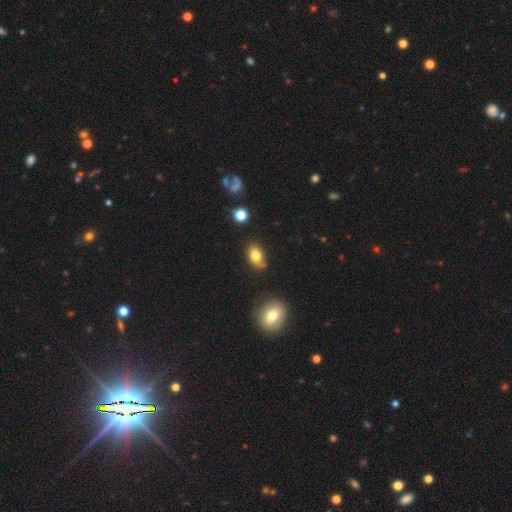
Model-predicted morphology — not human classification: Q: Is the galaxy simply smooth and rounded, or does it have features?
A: smooth — 78%.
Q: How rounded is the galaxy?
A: in between — 86%.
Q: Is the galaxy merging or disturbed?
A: none — 66%.